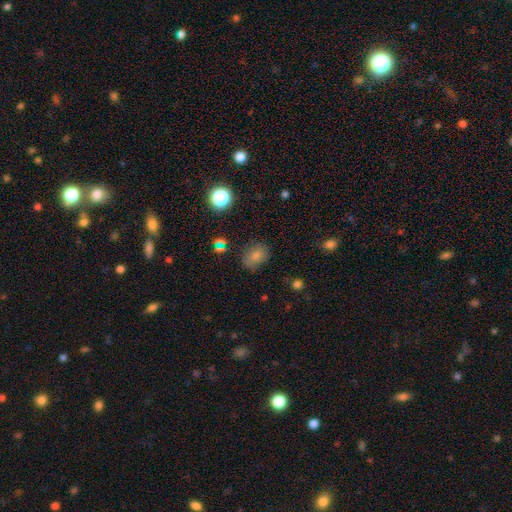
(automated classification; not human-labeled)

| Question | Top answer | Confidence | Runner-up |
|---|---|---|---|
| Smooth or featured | smooth | 76% | star or artifact (14%) |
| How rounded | in between | 62% | round (37%) |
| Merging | none | 75% | minor disturbance (17%) |